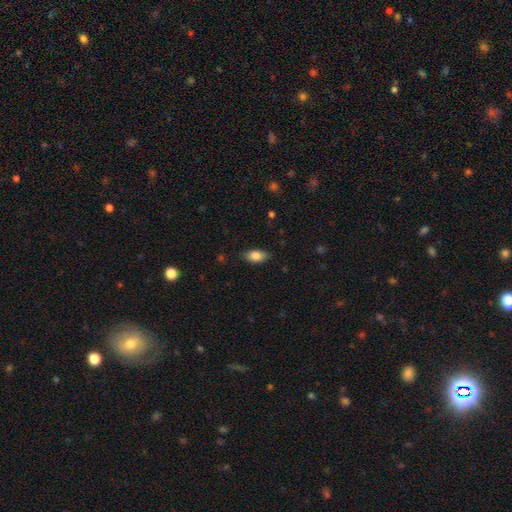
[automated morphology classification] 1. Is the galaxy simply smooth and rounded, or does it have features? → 83% smooth, 9% featured or disk, 8% star or artifact.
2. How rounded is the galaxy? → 89% in between, 5% cigar-shaped, 5% round.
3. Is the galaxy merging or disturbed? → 82% none, 14% minor disturbance, 3% major disturbance, 1% merger.